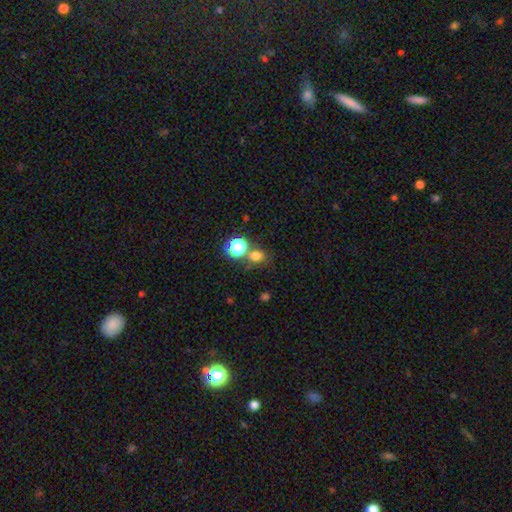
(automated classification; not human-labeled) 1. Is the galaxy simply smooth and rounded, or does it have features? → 70% smooth, 22% star or artifact, 8% featured or disk.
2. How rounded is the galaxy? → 65% round, 34% in between, 1% cigar-shaped.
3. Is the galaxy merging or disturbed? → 62% none, 23% merger, 10% minor disturbance, 5% major disturbance.